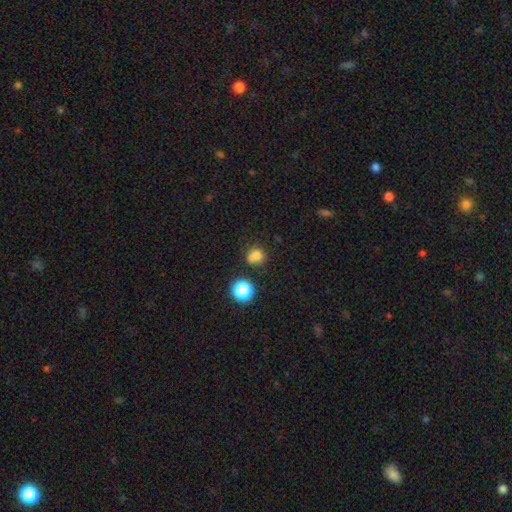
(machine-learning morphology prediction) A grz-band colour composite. It shows a smooth galaxy with no disk features (74%) that is round (79%). Merging: none (62%).